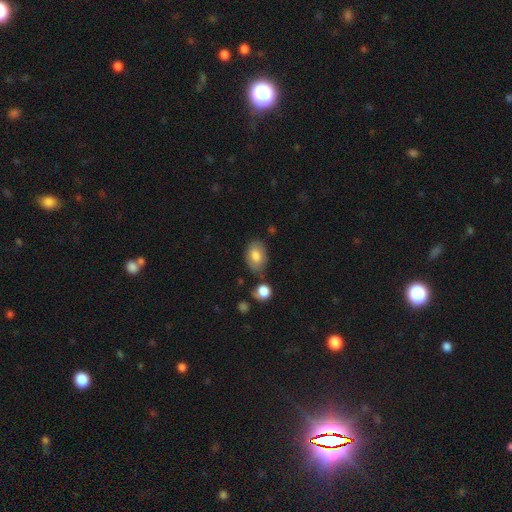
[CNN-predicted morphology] Smooth or featured? smooth (79%)
How rounded? in between (85%)
Merging? none (66%)